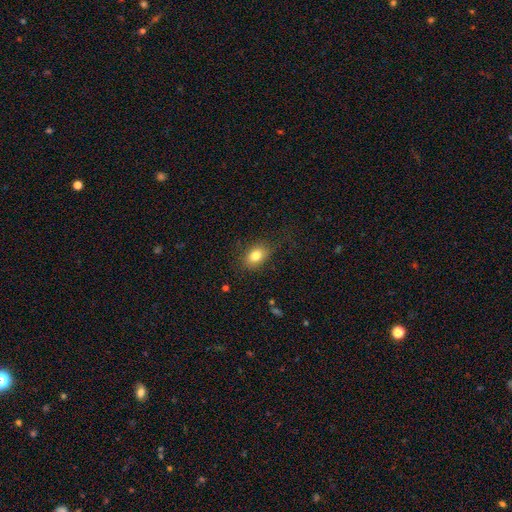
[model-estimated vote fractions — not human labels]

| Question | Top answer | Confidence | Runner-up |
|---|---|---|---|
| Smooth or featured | smooth | 80% | featured or disk (10%) |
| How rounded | in between | 78% | round (21%) |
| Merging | none | 78% | minor disturbance (15%) |